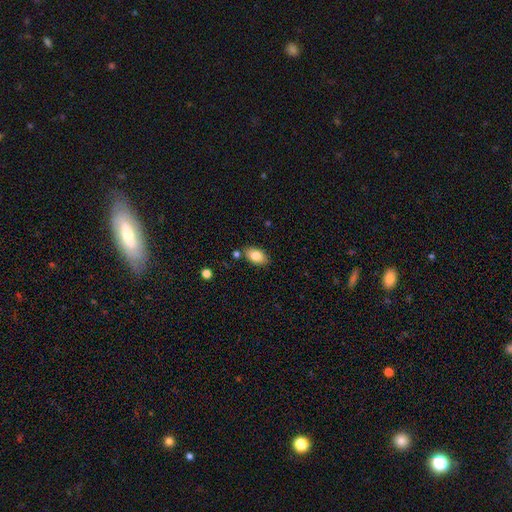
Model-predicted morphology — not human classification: The model was most divided on "merging": none: 81%, minor disturbance: 12%, merger: 5%, major disturbance: 2%. More confident: how rounded — in between (90%); smooth or featured — smooth (81%).